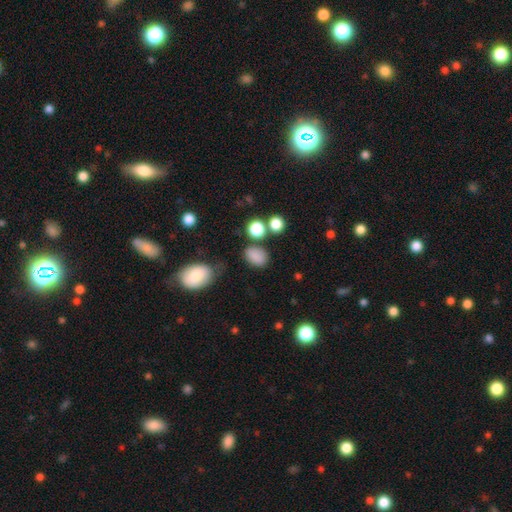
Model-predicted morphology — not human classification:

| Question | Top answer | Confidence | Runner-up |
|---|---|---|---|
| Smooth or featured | smooth | 84% | star or artifact (11%) |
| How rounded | in between | 72% | round (27%) |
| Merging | none | 70% | minor disturbance (17%) |